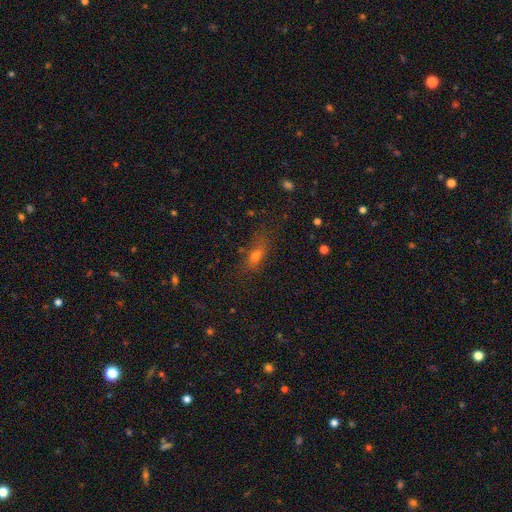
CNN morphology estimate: This is likely a smooth galaxy (65%). How rounded: likely in between (62%). Merging: likely none (65%).